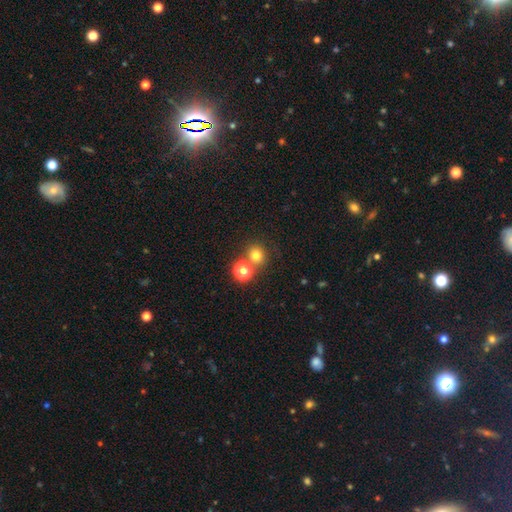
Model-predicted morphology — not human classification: Smooth or featured? Predicted: smooth (p=0.77). How rounded? Predicted: round (p=0.86). Merging? Predicted: none (p=0.69).